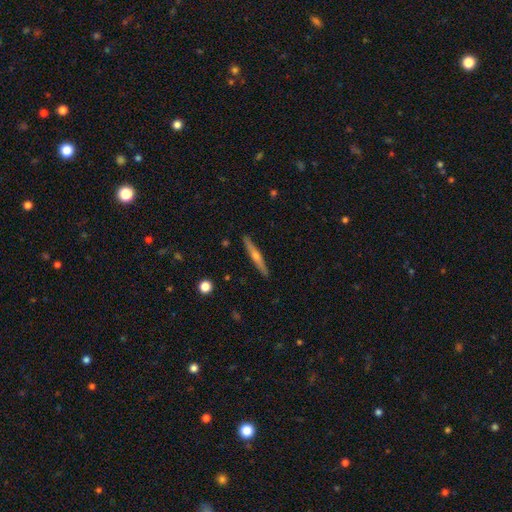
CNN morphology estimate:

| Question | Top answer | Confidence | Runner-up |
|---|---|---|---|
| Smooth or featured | featured or disk | 61% | smooth (33%) |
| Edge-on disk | yes | 96% | no (4%) |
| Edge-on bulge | rounded | 82% | none (15%) |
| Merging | none | 91% | minor disturbance (7%) |